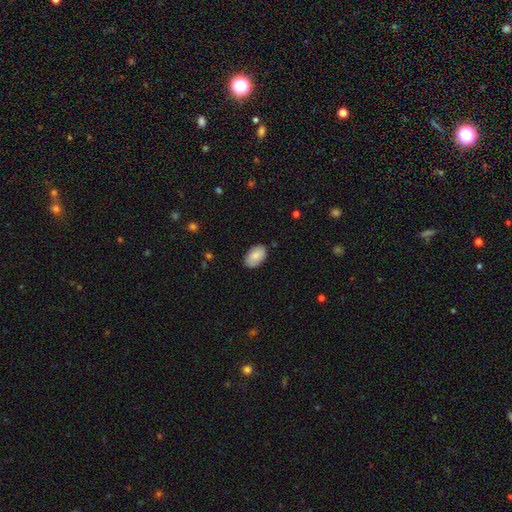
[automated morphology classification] This appears to be a smooth galaxy with no disk features (86%) that is in between round and cigar-shaped (93%). Merging: none (84%).